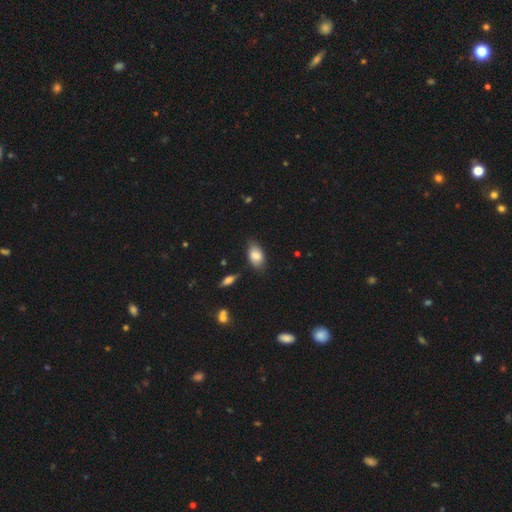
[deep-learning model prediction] smooth 82%, featured or disk 11%, star or artifact 7%. Down the decision tree: how rounded — in between (91%); merging — none (73%).